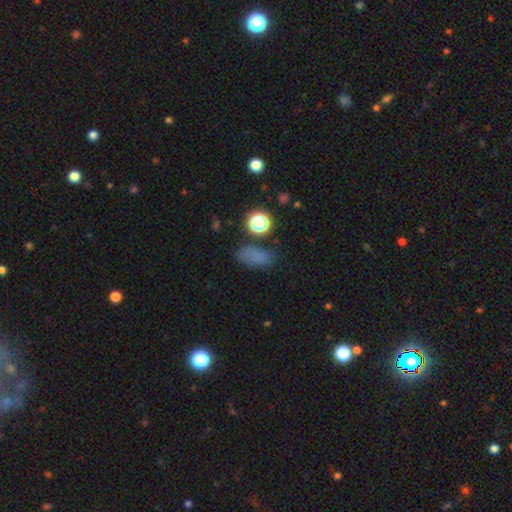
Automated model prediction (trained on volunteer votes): Smooth or featured? Predicted: smooth (p=0.67). How rounded? Predicted: in between (p=0.77). Merging? Predicted: none (p=0.67).